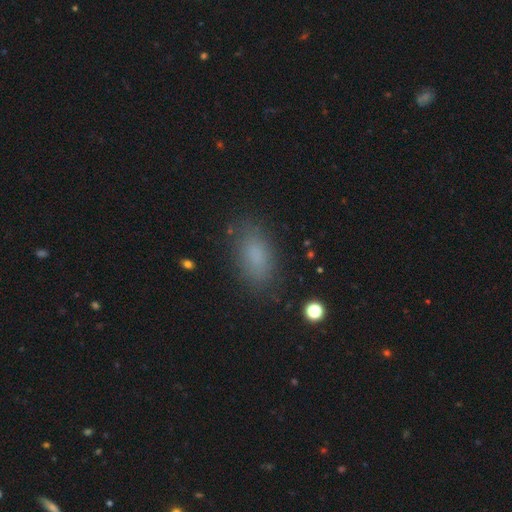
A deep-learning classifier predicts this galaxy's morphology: Smooth or featured?
  - smooth: 81% *
  - star or artifact: 11%
  - featured or disk: 8%
How rounded?
  - in between: 89% *
  - cigar-shaped: 6%
  - round: 5%
Merging?
  - none: 82% *
  - minor disturbance: 12%
  - major disturbance: 4%
  - merger: 2%